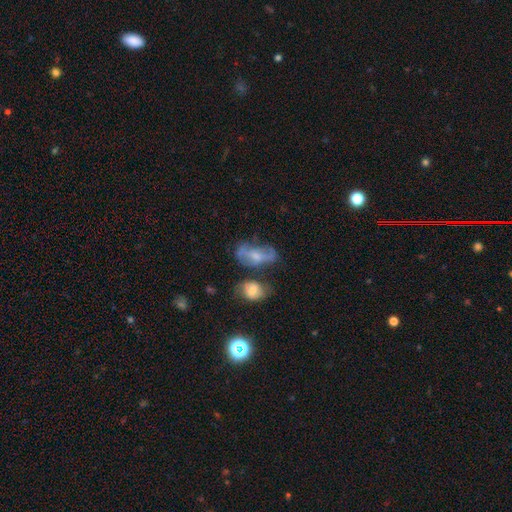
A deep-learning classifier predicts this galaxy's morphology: Q: Smooth or featured?
A: featured or disk (53%); runner-up: smooth (36%)
Q: Edge-on disk?
A: no (90%); runner-up: yes (10%)
Q: Merging?
A: none (40%); runner-up: minor disturbance (23%)